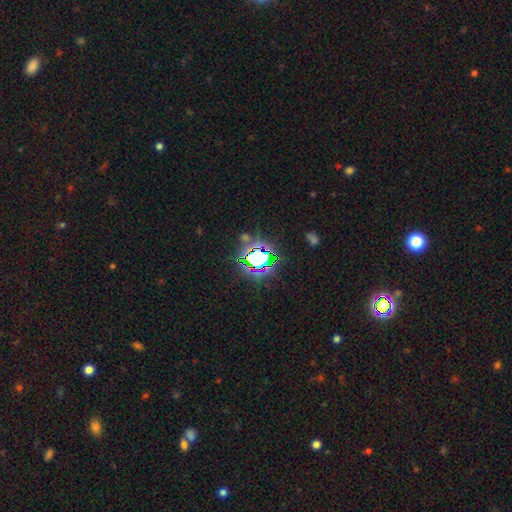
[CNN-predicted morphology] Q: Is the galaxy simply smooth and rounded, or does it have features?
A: star or artifact — 69%.